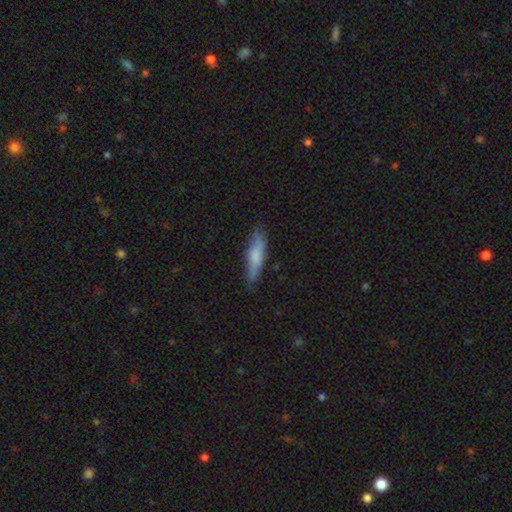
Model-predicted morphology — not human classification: This is likely a smooth galaxy (71%). How rounded: likely cigar-shaped (75%). Merging: likely none (78%).